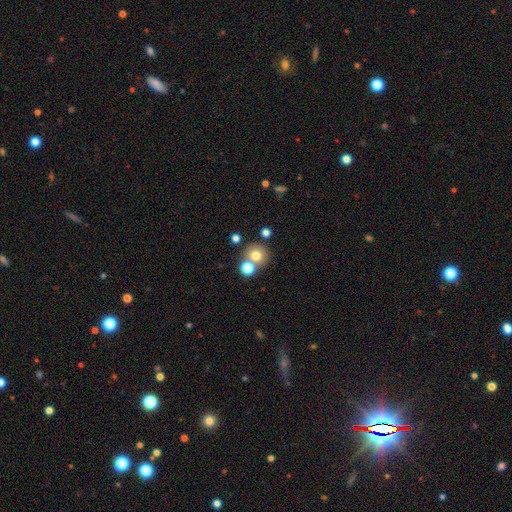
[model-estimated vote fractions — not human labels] Smooth or featured: smooth — 74% (star or artifact — 15%)
How rounded: round — 88% (in between — 11%)
Merging: none — 62% (merger — 27%)